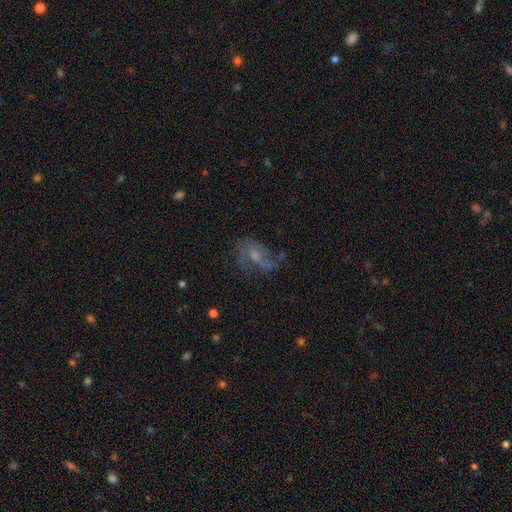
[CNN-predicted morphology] type=featured or disk (66%); edge-on=no (96%); bar=no (60%); spiral arms=yes (81%); winding=loose (48%); arm count=2 (51%); bulge=small (46%); merging=none (53%).